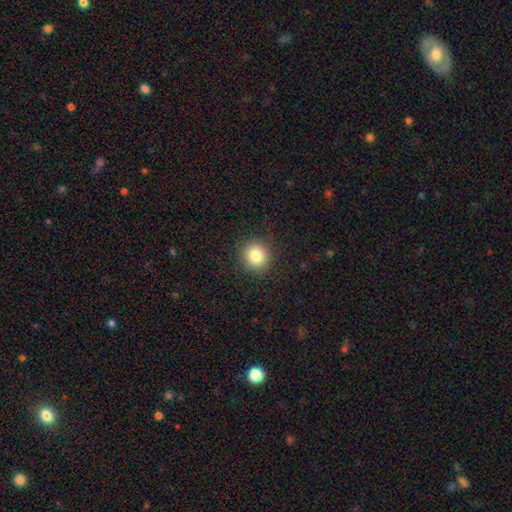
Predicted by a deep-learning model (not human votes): This is clearly a smooth galaxy (84%). How rounded: clearly round (91%). Merging: clearly none (91%).